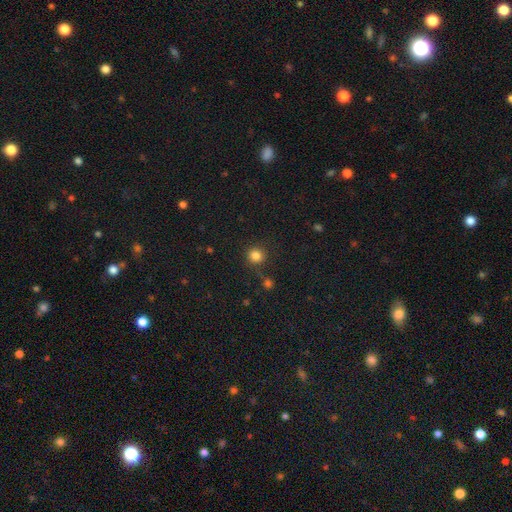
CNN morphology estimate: type=smooth (82%); roundness=round (92%); merging=none (80%).